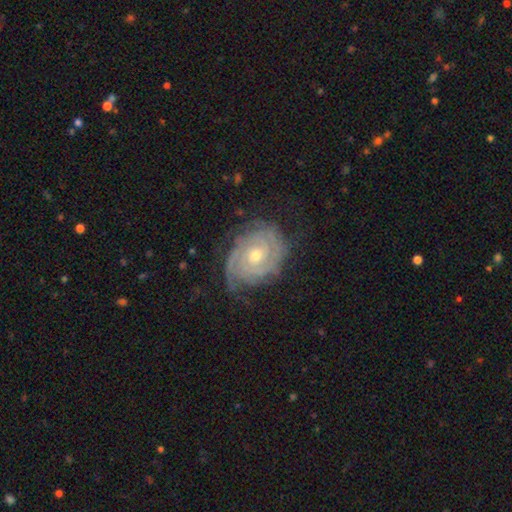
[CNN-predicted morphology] featured or disk 89%, smooth 6%, star or artifact 5%. Down the decision tree: edge-on disk — no (97%); bar — no (71%); spiral arms — yes (97%); spiral arm count — 2 (31%); spiral winding — tight (80%); bulge size — moderate (50%); merging — none (70%).